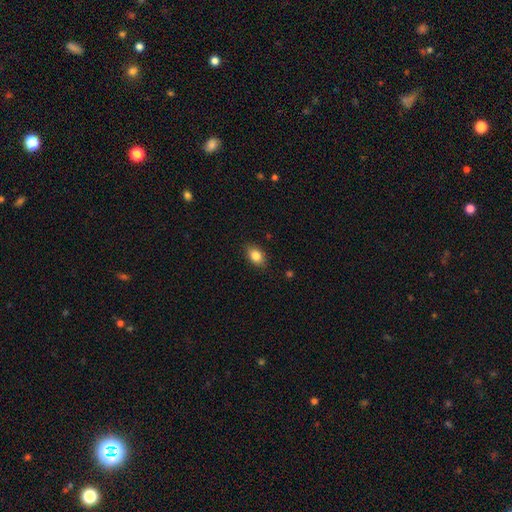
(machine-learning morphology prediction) smooth-or-featured: smooth: 84% | star or artifact: 9% | featured or disk: 7%
  how-rounded: in between: 80% | round: 18% | cigar-shaped: 2%
  merging: none: 86% | minor disturbance: 11% | major disturbance: 2% | merger: 1%